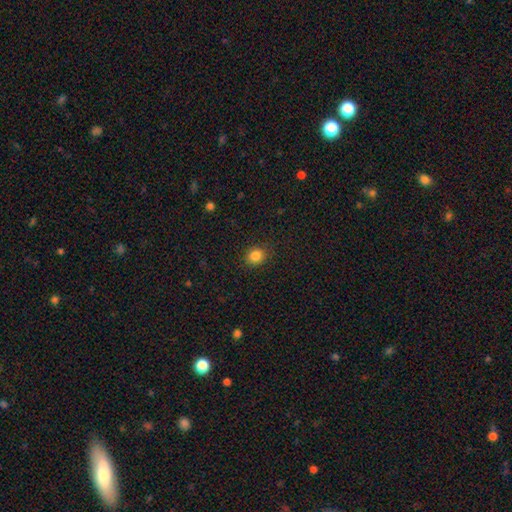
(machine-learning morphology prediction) Smooth or featured: smooth — 85% (star or artifact — 11%)
How rounded: round — 74% (in between — 25%)
Merging: none — 88% (minor disturbance — 9%)